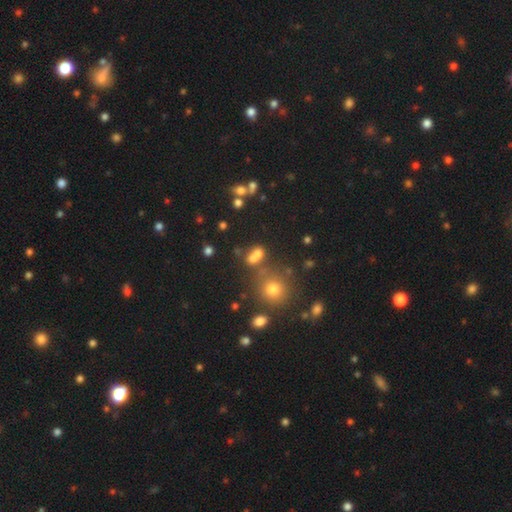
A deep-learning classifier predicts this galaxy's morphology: This is likely a smooth galaxy (67%). How rounded: possibly in between (58%). Merging: marginally none (41%).